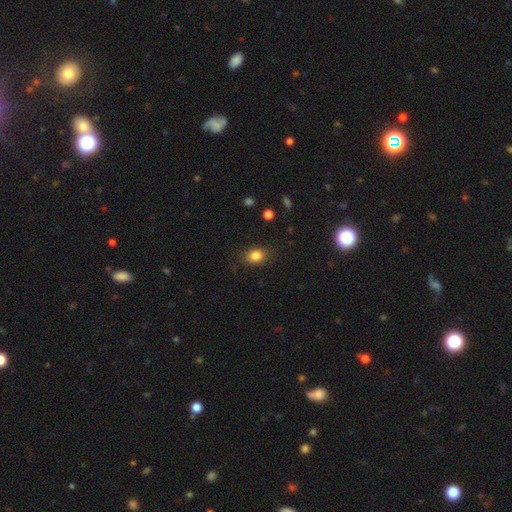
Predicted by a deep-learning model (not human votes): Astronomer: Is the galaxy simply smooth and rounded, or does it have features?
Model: smooth — 84%.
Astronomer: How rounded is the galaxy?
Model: in between — 66%.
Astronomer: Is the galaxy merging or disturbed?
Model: none — 83%.